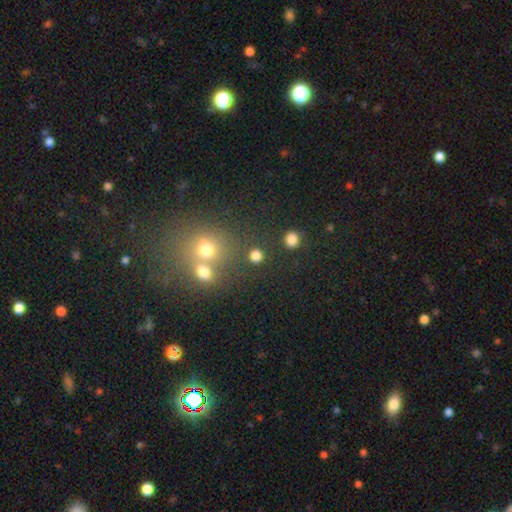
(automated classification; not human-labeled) This is likely a smooth galaxy (78%). How rounded: clearly round (86%). Merging: clearly none (81%).